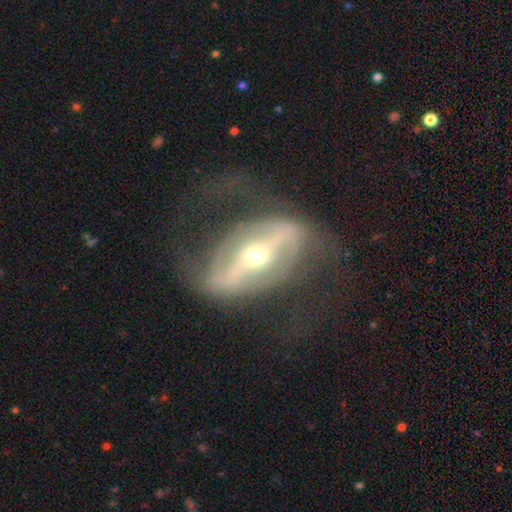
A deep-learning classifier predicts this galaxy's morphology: Q: Smooth or featured?
A: featured or disk (83%); runner-up: smooth (11%)
Q: Edge-on disk?
A: no (88%); runner-up: yes (12%)
Q: Bar?
A: strong (72%); runner-up: weak (16%)
Q: Spiral arms?
A: yes (59%); runner-up: no (41%)
Q: Bulge size?
A: moderate (59%); runner-up: small (33%)
Q: Merging?
A: none (56%); runner-up: major disturbance (25%)